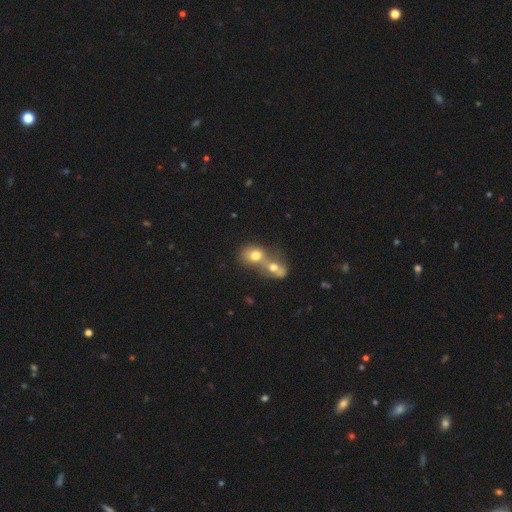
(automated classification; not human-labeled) smooth-or-featured: smooth: 71% | featured or disk: 18% | star or artifact: 10%
  how-rounded: round: 55% | in between: 44% | cigar-shaped: 2%
  merging: merger: 77% | none: 15% | minor disturbance: 4% | major disturbance: 3%